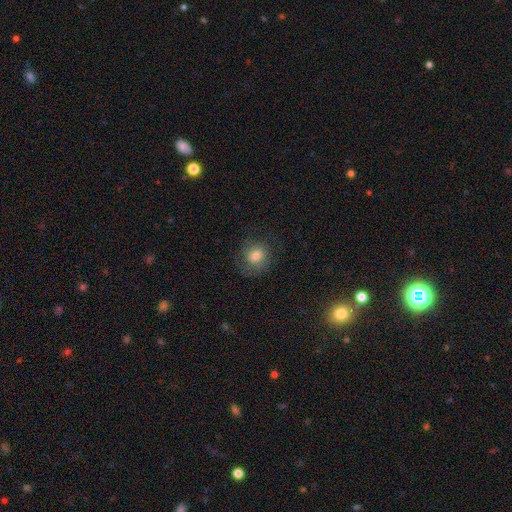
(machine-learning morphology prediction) A smooth galaxy with no disk features (68%) that is round (76%).

Vote fractions:
- Smooth or featured? smooth: 68% / featured or disk: 21% / star or artifact: 10%
- How rounded? round: 76% / in between: 23% / cigar-shaped: 1%
- Merging? none: 73% / minor disturbance: 16% / major disturbance: 10% / merger: 1%